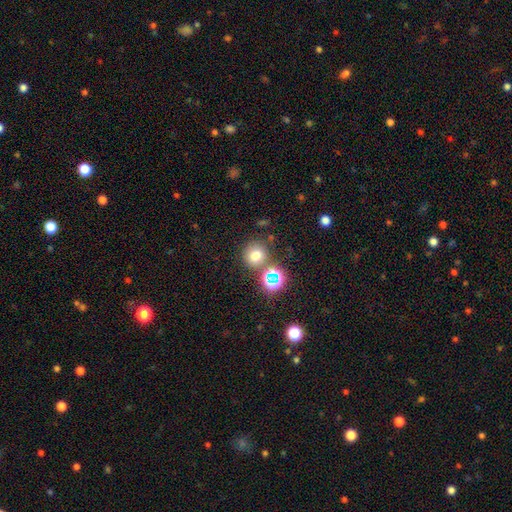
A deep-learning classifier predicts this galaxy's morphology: This is likely a smooth galaxy (69%). How rounded: clearly round (84%). Merging: likely none (70%).